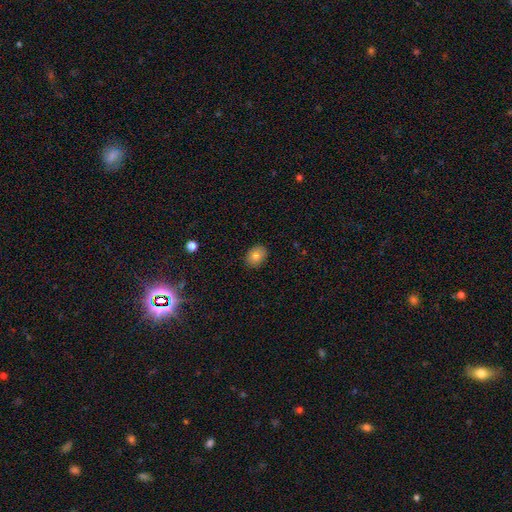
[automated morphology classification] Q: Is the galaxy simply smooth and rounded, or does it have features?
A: smooth — 79%.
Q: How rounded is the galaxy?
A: in between — 57%.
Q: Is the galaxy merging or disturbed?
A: none — 89%.